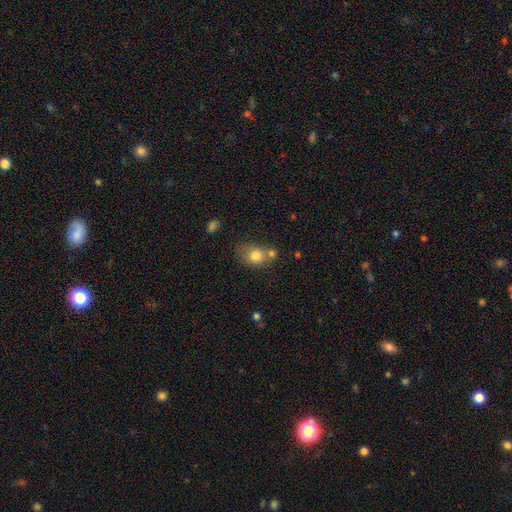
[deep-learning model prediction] This appears to be a smooth galaxy with no disk features (79%) that is round (53%). Merging: none (46%).